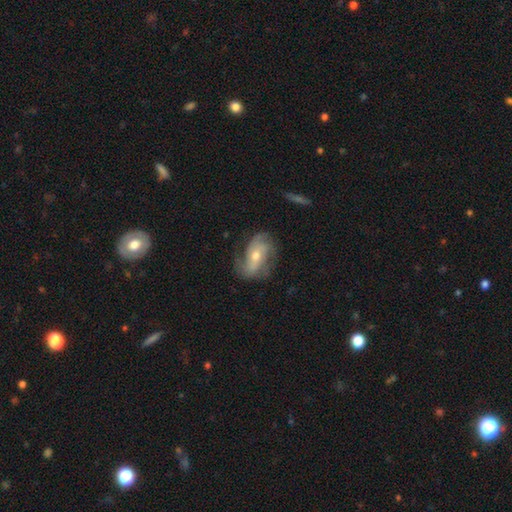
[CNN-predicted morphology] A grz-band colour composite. It shows a featured or disk galaxy (73%) with no bar (55%), 2 (45%) medium (42%) spiral arms (90%) and a moderate central bulge (62%). Merging: none (64%).